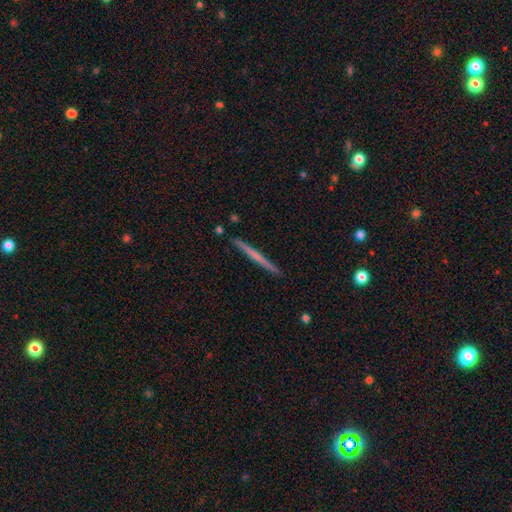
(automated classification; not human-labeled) Smooth or featured? Predicted: featured or disk (p=0.50). Edge-on disk? Predicted: yes (p=0.98). Merging? Predicted: none (p=0.92).